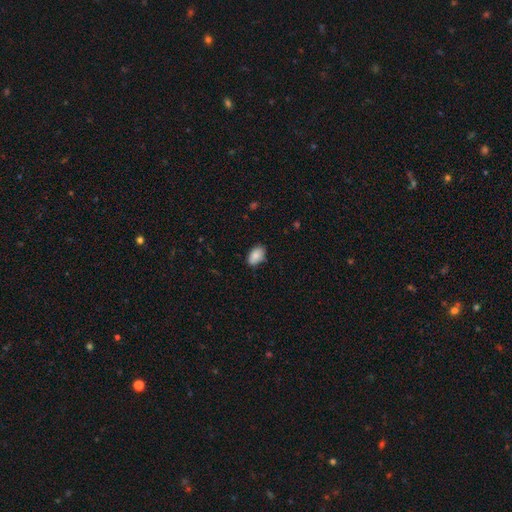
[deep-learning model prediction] Overall: smooth (87%). How rounded: in between (91%). Merging: none (79%).